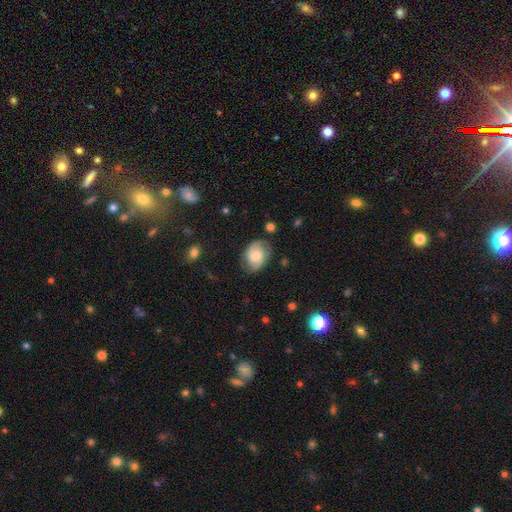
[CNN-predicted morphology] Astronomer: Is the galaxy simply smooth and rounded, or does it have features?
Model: featured or disk — 62%.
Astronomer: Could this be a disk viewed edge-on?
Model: no — 97%.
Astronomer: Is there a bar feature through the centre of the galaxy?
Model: no — 61%.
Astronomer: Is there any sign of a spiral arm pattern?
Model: yes — 90%.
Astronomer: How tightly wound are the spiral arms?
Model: medium — 45% (runner-up: tight, 34%).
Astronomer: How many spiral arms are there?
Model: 2 — 84%.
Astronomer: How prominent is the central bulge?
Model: moderate — 41% (runner-up: small, 32%).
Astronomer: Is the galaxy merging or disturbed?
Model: none — 71%.